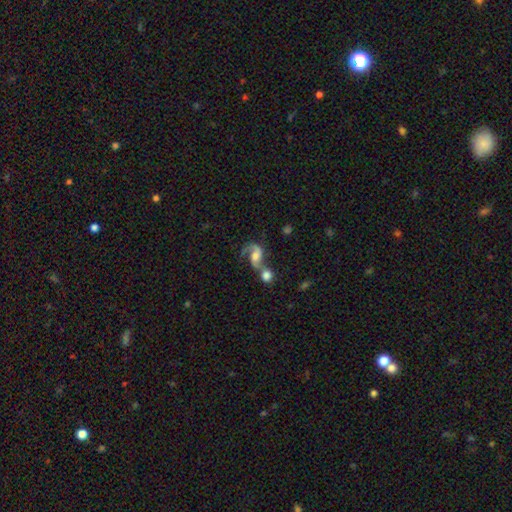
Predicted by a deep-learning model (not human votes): This appears to be a featured or disk galaxy (71%) with no bar (48%), 2 (72%) loose (56%) spiral arms (91%) and a moderate central bulge (46%). Merging: merger (54%).